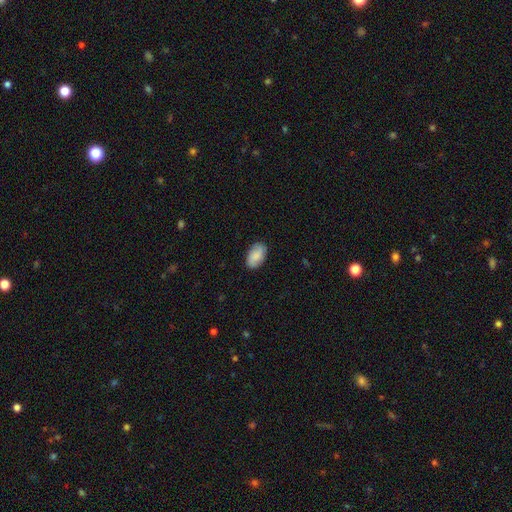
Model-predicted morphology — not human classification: A smooth galaxy with no disk features (79%) that is in between round and cigar-shaped (93%). Merging: none (85%).